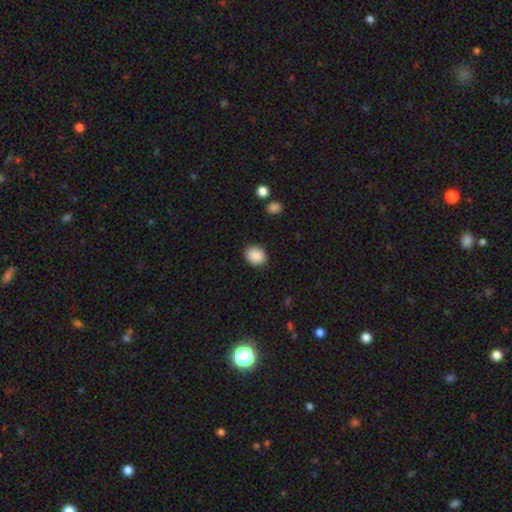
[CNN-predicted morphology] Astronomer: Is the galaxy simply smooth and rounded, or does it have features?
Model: smooth — 89%.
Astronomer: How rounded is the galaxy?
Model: round — 62% (runner-up: in between, 37%).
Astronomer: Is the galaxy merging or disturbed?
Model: none — 89%.